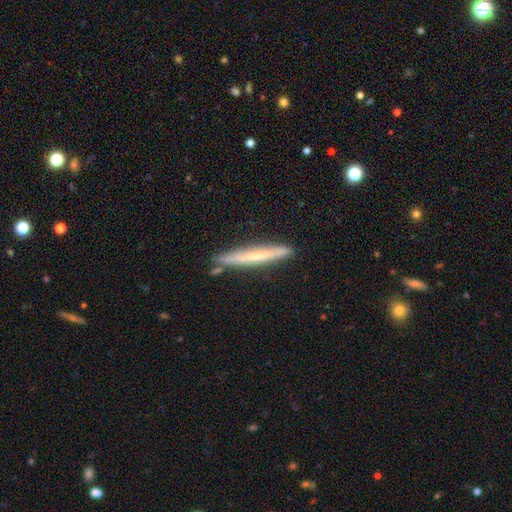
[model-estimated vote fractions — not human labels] Morphology: type=smooth (50%); merging=none (83%).